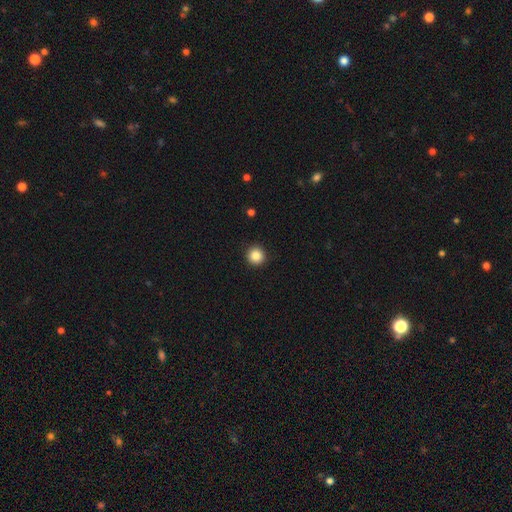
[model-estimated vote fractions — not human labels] Smooth or featured: smooth — 87% (star or artifact — 10%)
How rounded: round — 95% (in between — 4%)
Merging: none — 92% (minor disturbance — 5%)